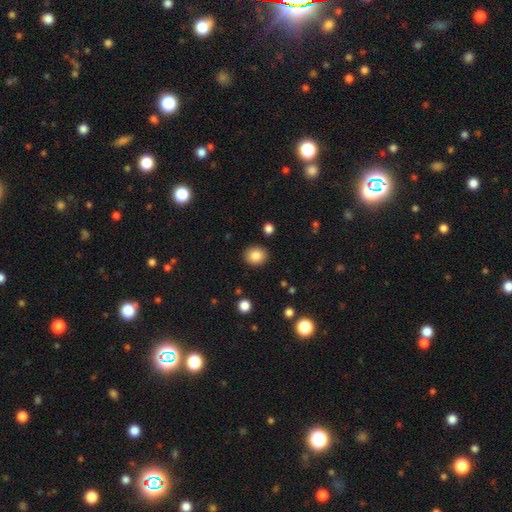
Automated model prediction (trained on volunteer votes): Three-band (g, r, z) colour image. It shows a smooth galaxy with no disk features (85%) that is round (69%). Merging: none (89%).